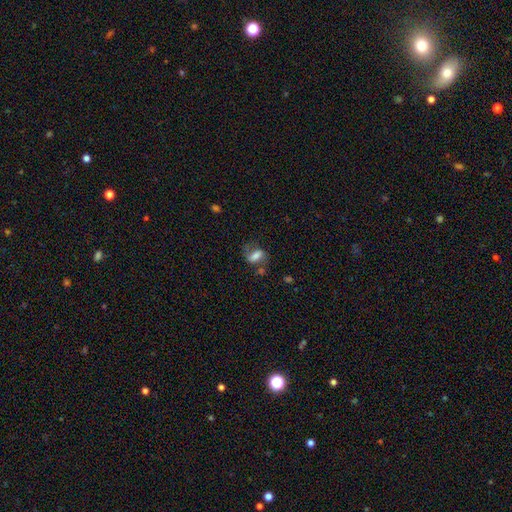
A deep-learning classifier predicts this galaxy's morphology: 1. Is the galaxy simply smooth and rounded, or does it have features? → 52% smooth, 38% featured or disk, 10% star or artifact.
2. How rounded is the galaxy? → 80% in between, 15% round, 5% cigar-shaped.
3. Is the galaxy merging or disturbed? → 47% none, 24% minor disturbance, 22% major disturbance, 6% merger.